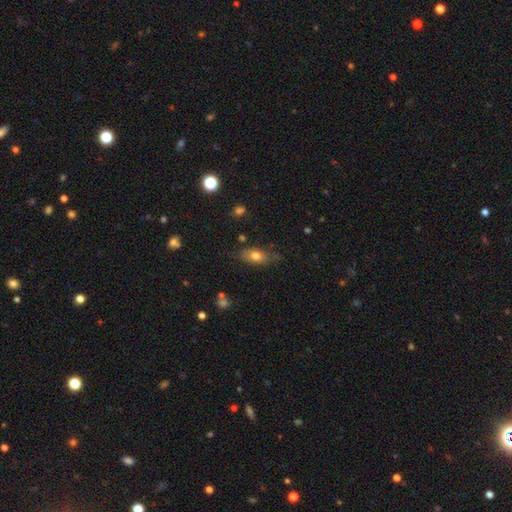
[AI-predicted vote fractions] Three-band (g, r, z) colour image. It shows a smooth galaxy with no disk features (73%) that is in between round and cigar-shaped (82%). Merging: none (67%).